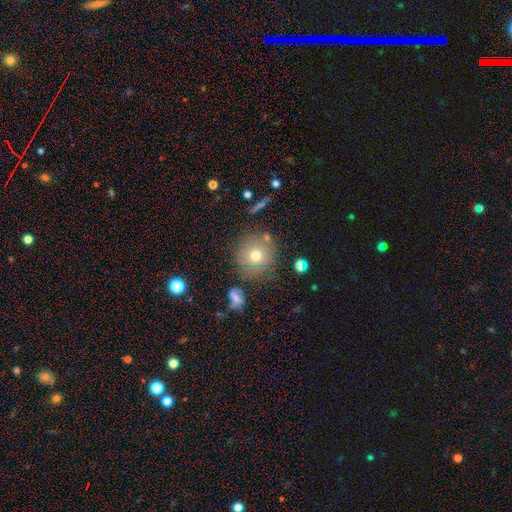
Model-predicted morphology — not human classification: This is likely a smooth galaxy (69%). How rounded: clearly round (94%). Merging: likely none (78%).